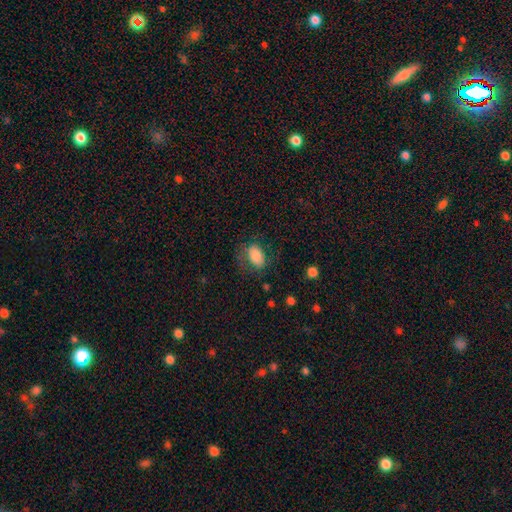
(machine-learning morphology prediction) This appears to be a smooth galaxy with no disk features (82%) that is in between round and cigar-shaped (88%). Merging: none (61%).